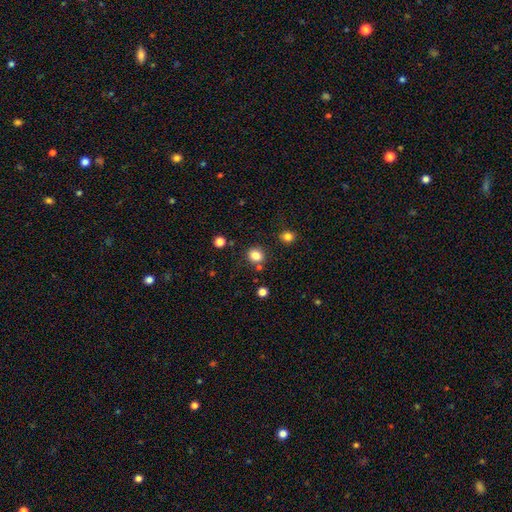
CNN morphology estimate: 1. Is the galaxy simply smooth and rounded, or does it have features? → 83% smooth, 12% star or artifact, 5% featured or disk.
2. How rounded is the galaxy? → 75% round, 24% in between, 1% cigar-shaped.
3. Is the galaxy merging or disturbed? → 81% none, 9% minor disturbance, 7% merger, 3% major disturbance.